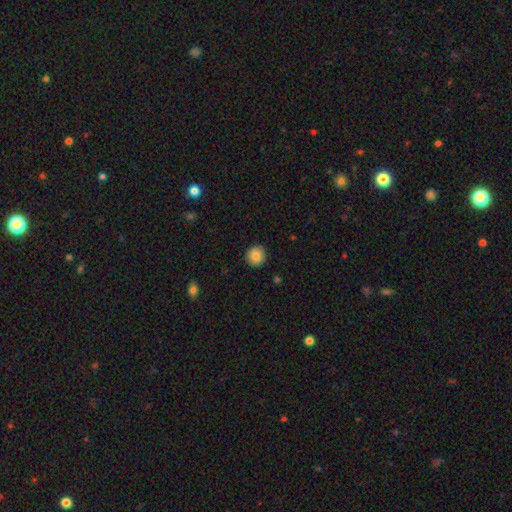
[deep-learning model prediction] Smooth or featured: smooth — 84% (featured or disk — 8%)
How rounded: round — 94% (in between — 5%)
Merging: none — 92% (minor disturbance — 5%)